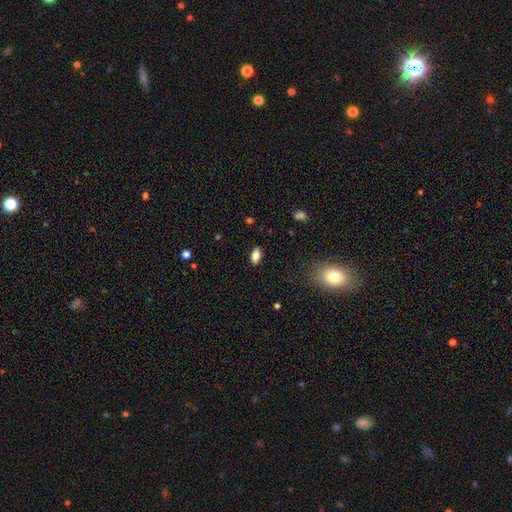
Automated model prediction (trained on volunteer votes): Morphology: type=smooth (79%); roundness=in between (85%); merging=none (87%).